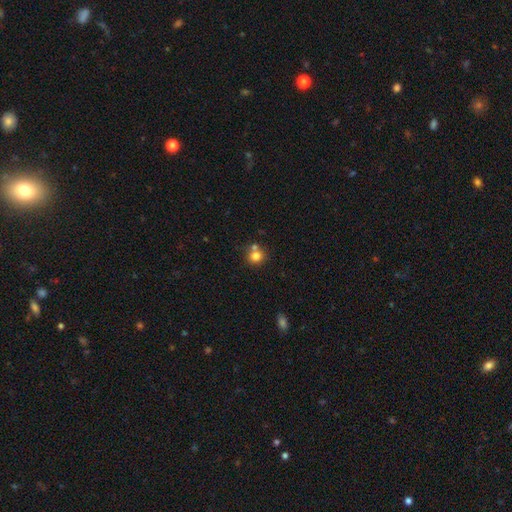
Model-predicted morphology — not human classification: Smooth or featured?
  - smooth: 80% *
  - star or artifact: 12%
  - featured or disk: 9%
How rounded?
  - round: 84% *
  - in between: 15%
  - cigar-shaped: 1%
Merging?
  - none: 59% *
  - merger: 29%
  - minor disturbance: 9%
  - major disturbance: 3%